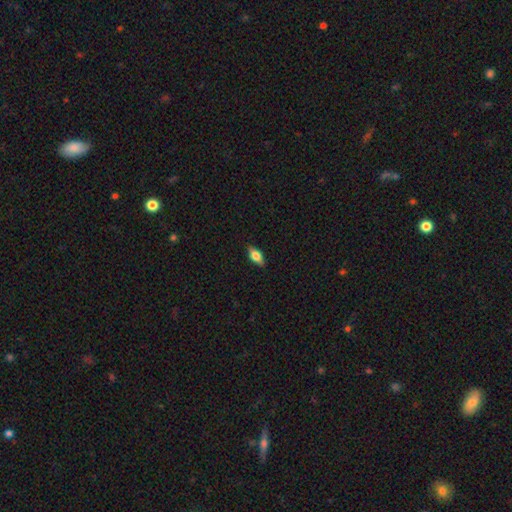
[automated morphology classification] The model was most divided on "smooth or featured": smooth: 68%, featured or disk: 24%, star or artifact: 7%. More confident: merging — none (88%); how rounded — in between (81%).